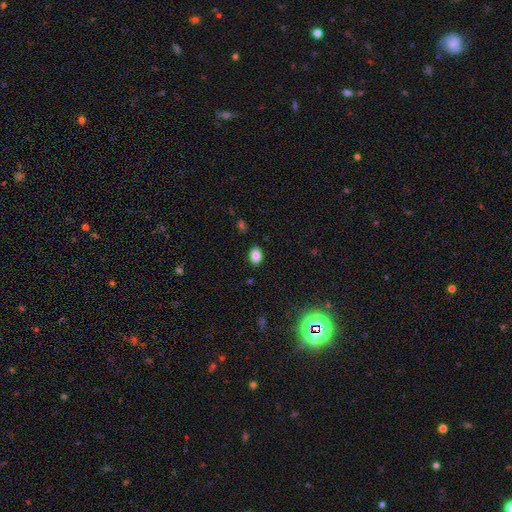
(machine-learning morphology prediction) Smooth or featured? smooth (85%)
How rounded? in between (81%)
Merging? none (87%)